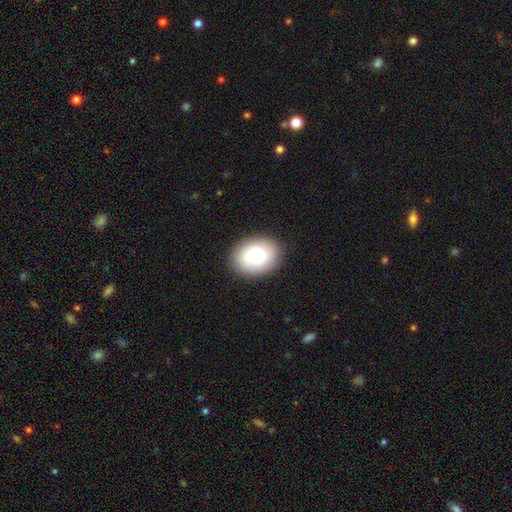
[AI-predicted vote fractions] This is likely a smooth galaxy (70%). How rounded: likely in between (65%). Merging: clearly none (81%).